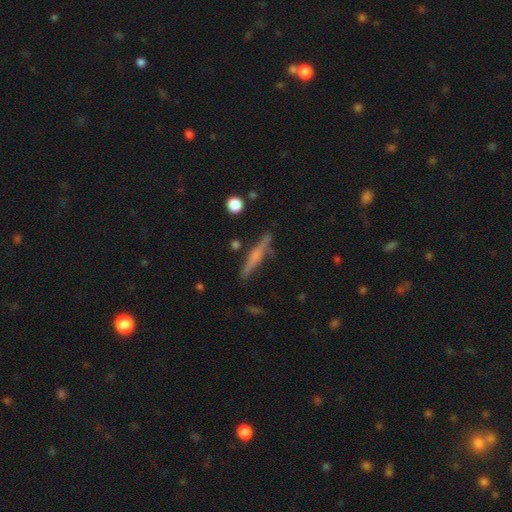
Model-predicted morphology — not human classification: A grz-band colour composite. It shows a featured or disk galaxy (58%) viewed edge-on (96%) with a rounded central bulge (56%). Merging: none (82%).